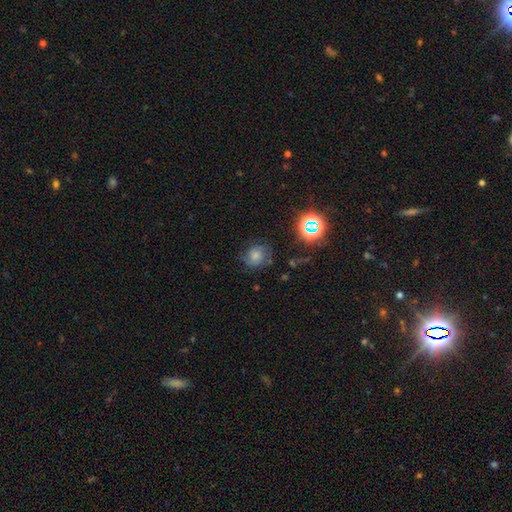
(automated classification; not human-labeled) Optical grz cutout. It shows a smooth galaxy with no disk features (54%) that is round (77%). Merging: none (64%).